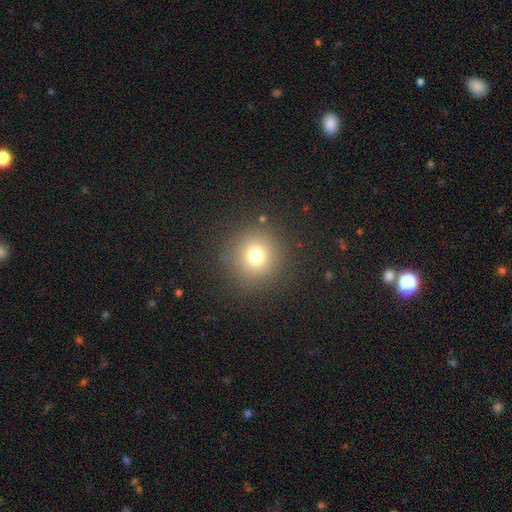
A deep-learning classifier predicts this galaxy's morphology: A smooth galaxy with no disk features (73%) that is round (95%).

Vote fractions:
- Smooth or featured? smooth: 73% / star or artifact: 17% / featured or disk: 10%
- How rounded? round: 95% / in between: 4% / cigar-shaped: 1%
- Merging? none: 88% / minor disturbance: 7% / major disturbance: 4% / merger: 2%